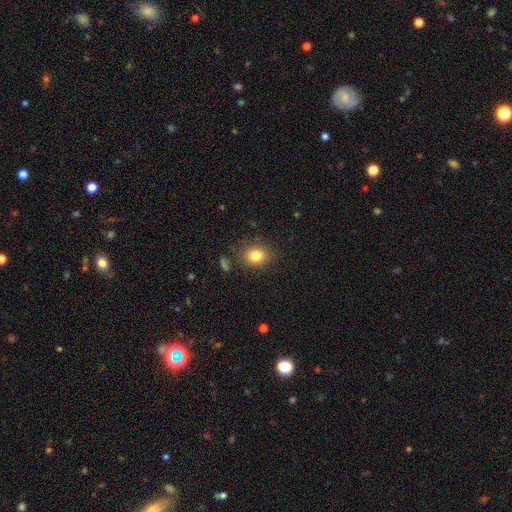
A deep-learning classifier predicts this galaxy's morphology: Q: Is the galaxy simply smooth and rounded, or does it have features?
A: smooth — 82%.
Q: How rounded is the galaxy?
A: round — 54%.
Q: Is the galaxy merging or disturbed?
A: none — 84%.